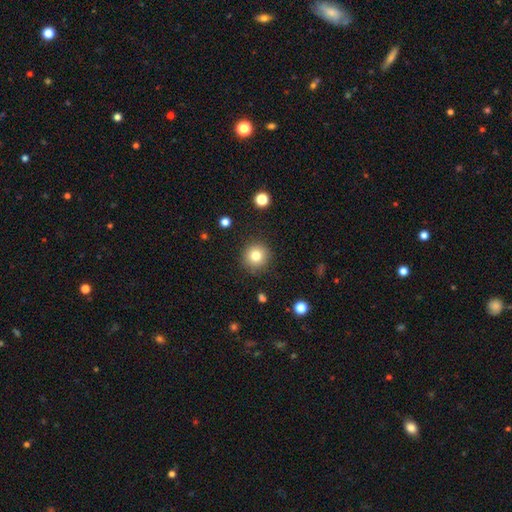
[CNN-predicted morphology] type=smooth (81%); roundness=round (94%); merging=none (89%).